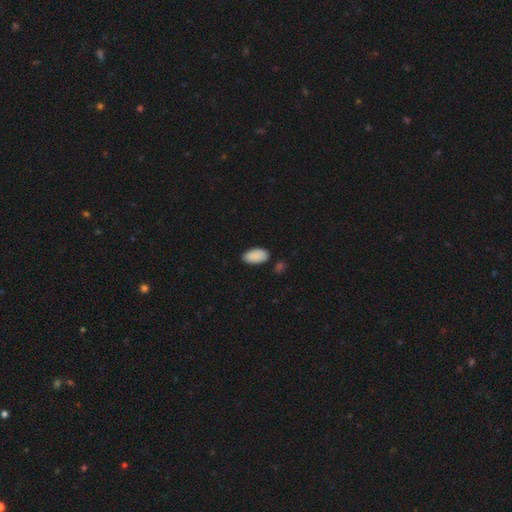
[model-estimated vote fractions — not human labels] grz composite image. It shows a smooth galaxy with no disk features (90%) that is in between round and cigar-shaped (95%). Merging: none (80%).